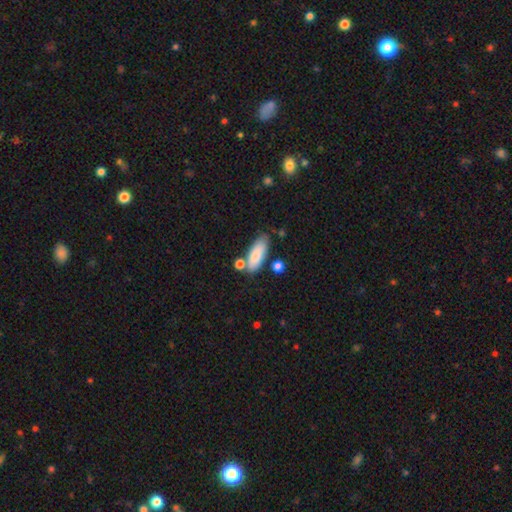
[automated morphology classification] smooth_or_featured: smooth (p=0.82) [alt: featured or disk p=0.12]
how_rounded: in between (p=0.71) [alt: cigar-shaped p=0.27]
merging: none (p=0.68) [alt: minor disturbance p=0.17]